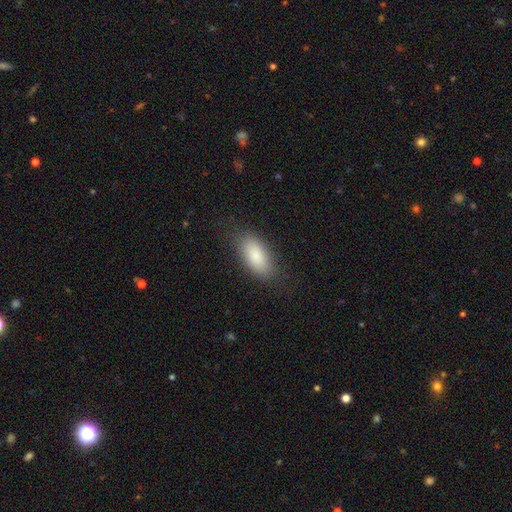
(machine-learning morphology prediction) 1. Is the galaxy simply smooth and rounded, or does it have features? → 85% smooth, 9% featured or disk, 7% star or artifact.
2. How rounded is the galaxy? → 89% in between, 8% cigar-shaped, 3% round.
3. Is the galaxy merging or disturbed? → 81% none, 13% minor disturbance, 4% major disturbance, 1% merger.